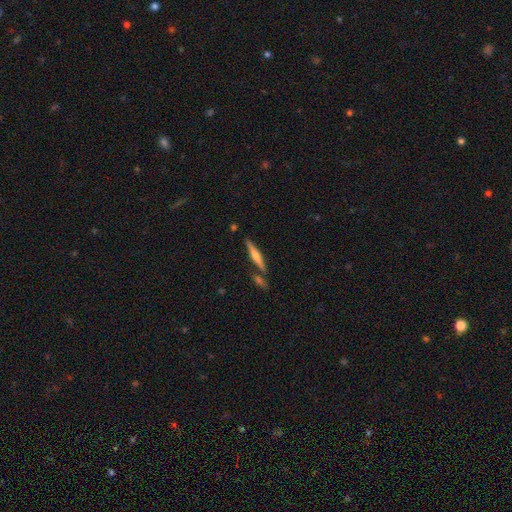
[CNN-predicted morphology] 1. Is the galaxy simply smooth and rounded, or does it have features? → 62% featured or disk, 32% smooth, 6% star or artifact.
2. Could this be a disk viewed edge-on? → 97% yes, 3% no.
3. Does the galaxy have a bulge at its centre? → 81% rounded, 10% boxy, 9% none.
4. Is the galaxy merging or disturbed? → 79% none, 10% merger, 9% minor disturbance, 2% major disturbance.